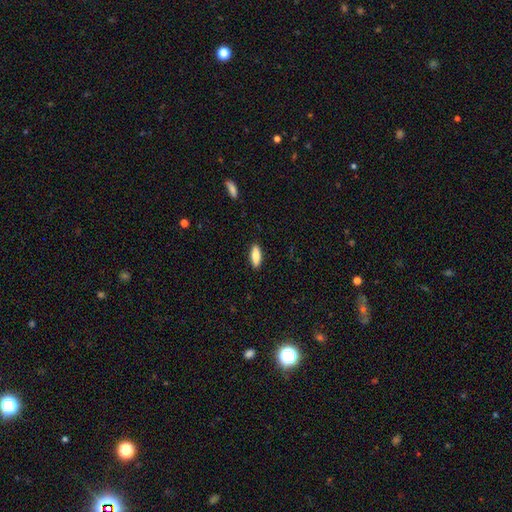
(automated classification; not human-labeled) Q: Smooth or featured?
A: smooth (85%); runner-up: featured or disk (9%)
Q: How rounded?
A: in between (65%); runner-up: cigar-shaped (33%)
Q: Merging?
A: none (90%); runner-up: minor disturbance (8%)